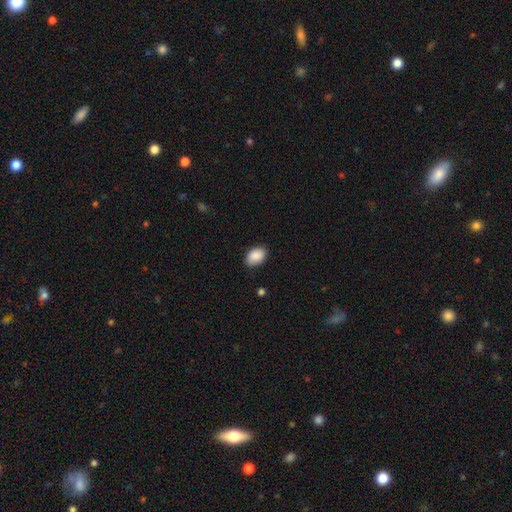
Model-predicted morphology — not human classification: A smooth galaxy with no disk features (89%) that is in between round and cigar-shaped (87%). Merging: none (83%).